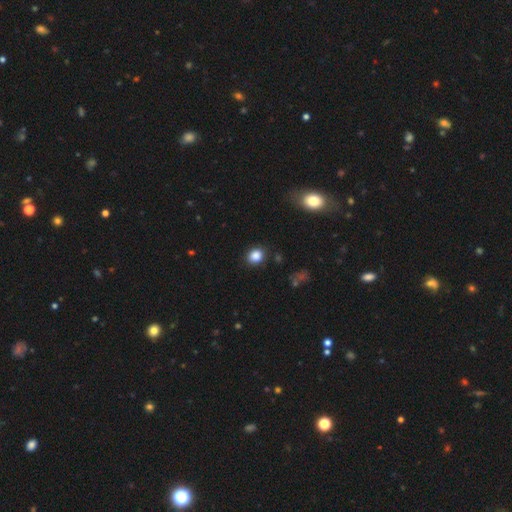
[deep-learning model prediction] Q: Smooth or featured?
A: smooth (86%); runner-up: star or artifact (11%)
Q: How rounded?
A: round (69%); runner-up: in between (30%)
Q: Merging?
A: none (86%); runner-up: minor disturbance (9%)